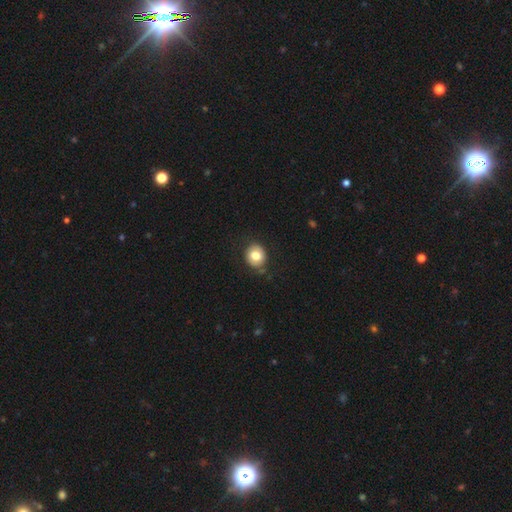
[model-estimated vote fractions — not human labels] Smooth or featured: smooth — 78% (featured or disk — 14%)
How rounded: round — 74% (in between — 25%)
Merging: none — 81% (minor disturbance — 13%)